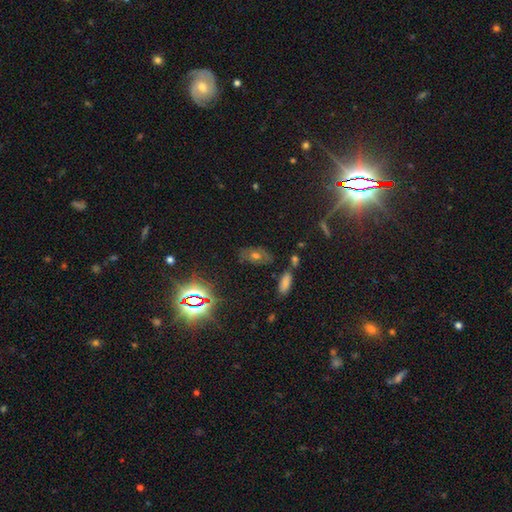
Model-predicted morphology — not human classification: A smooth galaxy with no disk features (38%). Merging: none (73%).